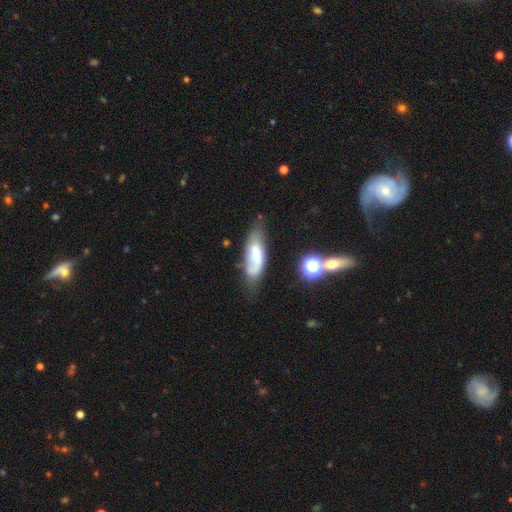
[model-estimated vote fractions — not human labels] A smooth galaxy with no disk features (51%) that is in between round and cigar-shaped (73%). Merging: none (50%).